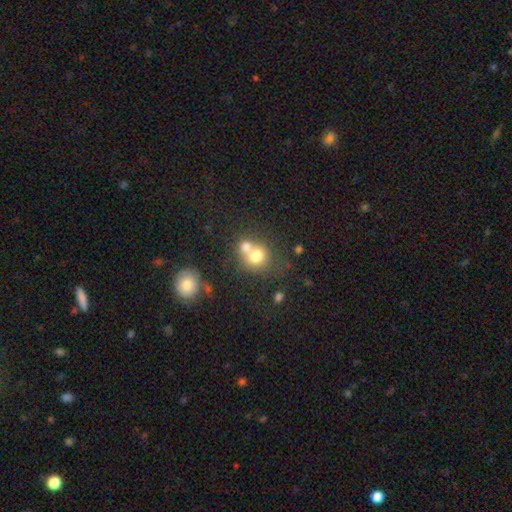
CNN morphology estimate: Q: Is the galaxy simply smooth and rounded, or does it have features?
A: smooth — 71%.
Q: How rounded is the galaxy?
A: round — 79%.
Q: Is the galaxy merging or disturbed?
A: merger — 56%.